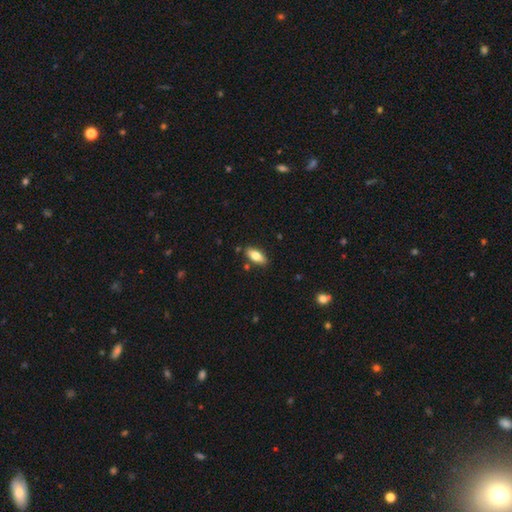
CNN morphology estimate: Overall: smooth (75%). How rounded: in between (84%). Merging: none (85%).